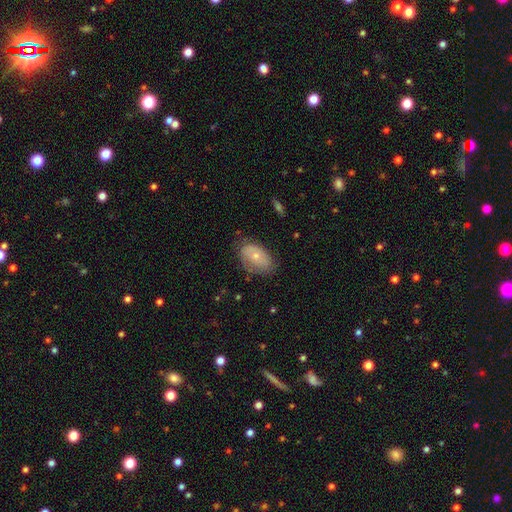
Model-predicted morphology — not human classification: Smooth or featured? Predicted: smooth (p=0.55). How rounded? Predicted: in between (p=0.88). Merging? Predicted: none (p=0.65).